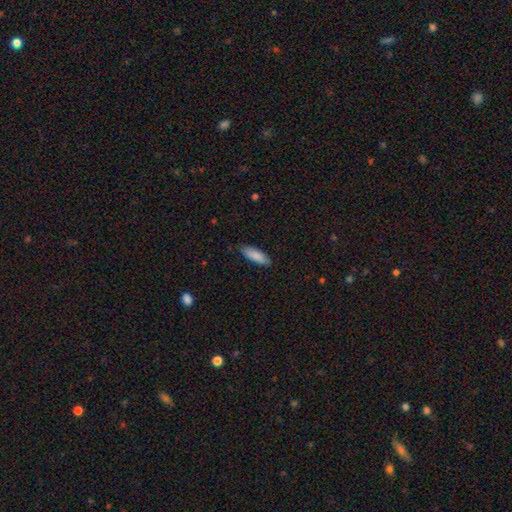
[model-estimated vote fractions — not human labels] smooth 87%, featured or disk 8%, star or artifact 6%. Down the decision tree: how rounded — in between (55%); merging — none (85%).